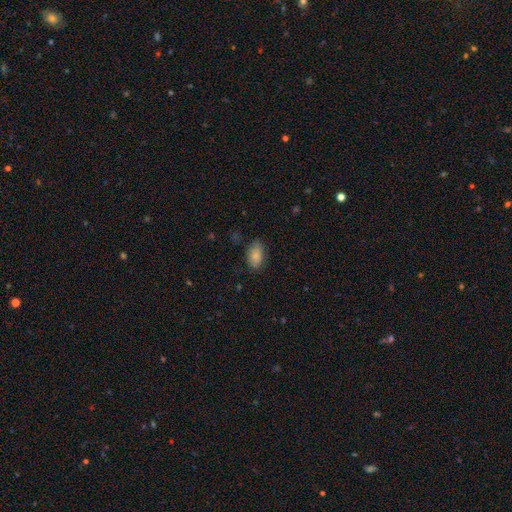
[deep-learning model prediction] smooth-or-featured: smooth: 85% | featured or disk: 8% | star or artifact: 8%
  how-rounded: in between: 91% | round: 7% | cigar-shaped: 2%
  merging: none: 78% | minor disturbance: 17% | major disturbance: 4% | merger: 1%